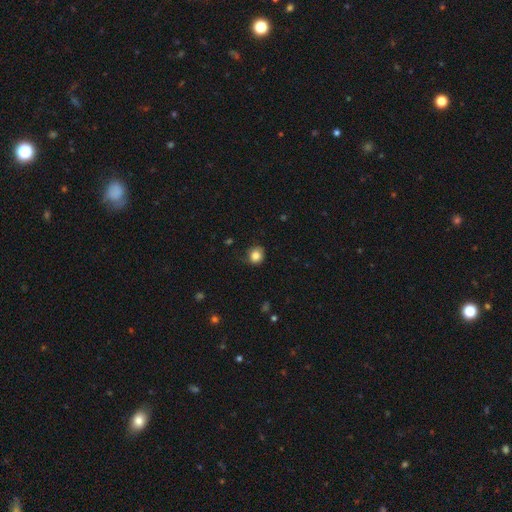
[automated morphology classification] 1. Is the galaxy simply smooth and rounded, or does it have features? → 83% smooth, 10% star or artifact, 7% featured or disk.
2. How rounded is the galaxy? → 82% round, 17% in between, 1% cigar-shaped.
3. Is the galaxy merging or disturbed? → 71% none, 23% minor disturbance, 6% major disturbance, 1% merger.